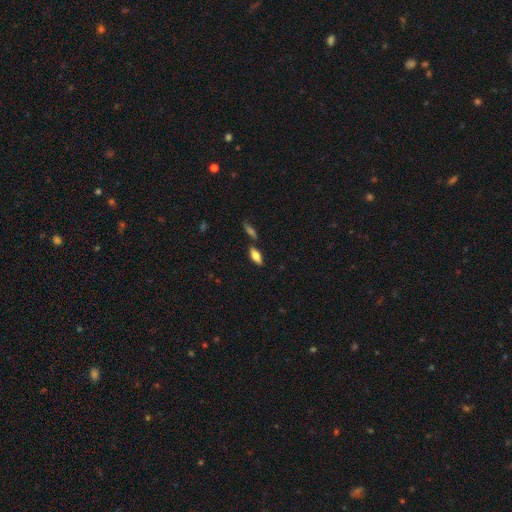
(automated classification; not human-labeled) Morphology: type=smooth (68%); roundness=in between (78%); merging=none (72%).